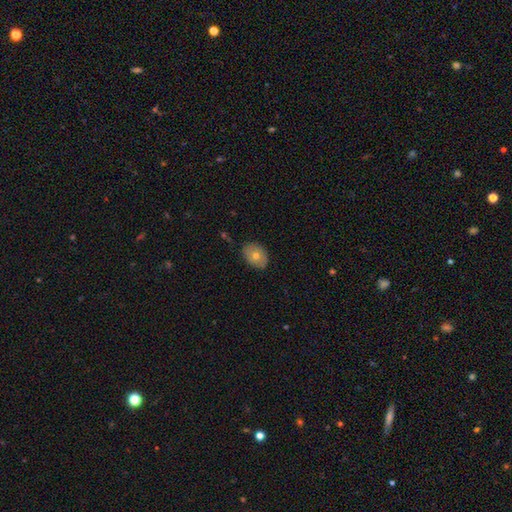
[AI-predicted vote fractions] Morphology: type=smooth (68%); roundness=in between (73%); merging=none (80%).